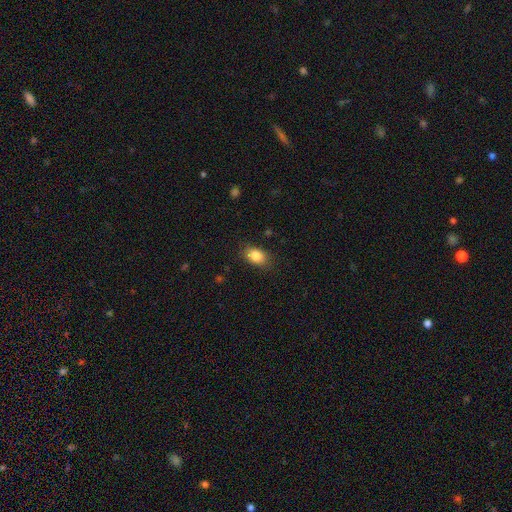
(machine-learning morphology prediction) Smooth or featured: smooth — 86% (star or artifact — 8%)
How rounded: in between — 83% (round — 16%)
Merging: none — 83% (minor disturbance — 13%)